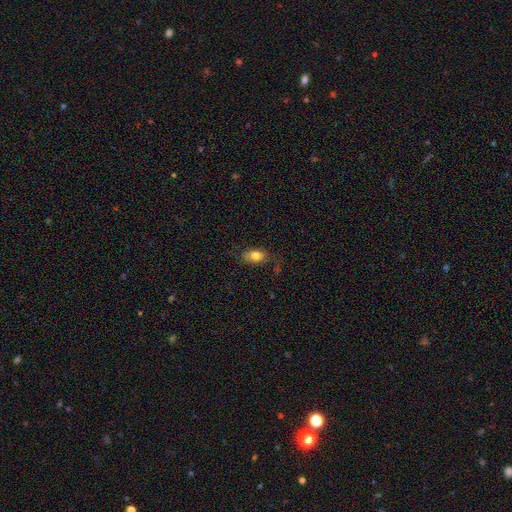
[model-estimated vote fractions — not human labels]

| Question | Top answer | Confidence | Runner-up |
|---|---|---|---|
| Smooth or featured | smooth | 81% | featured or disk (11%) |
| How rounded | in between | 84% | round (14%) |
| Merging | none | 73% | minor disturbance (19%) |